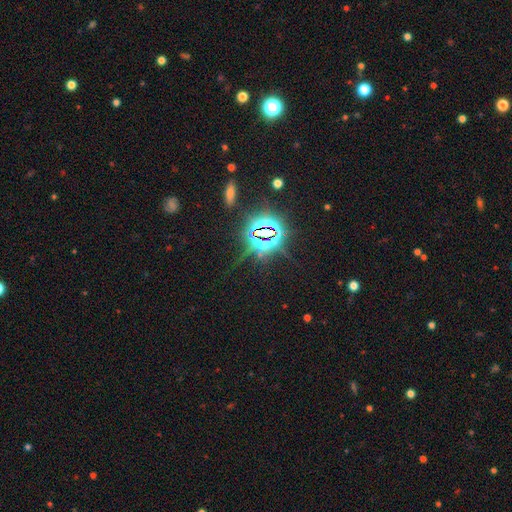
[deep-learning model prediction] This appears to be a star or artifact, not a galaxy (85%).